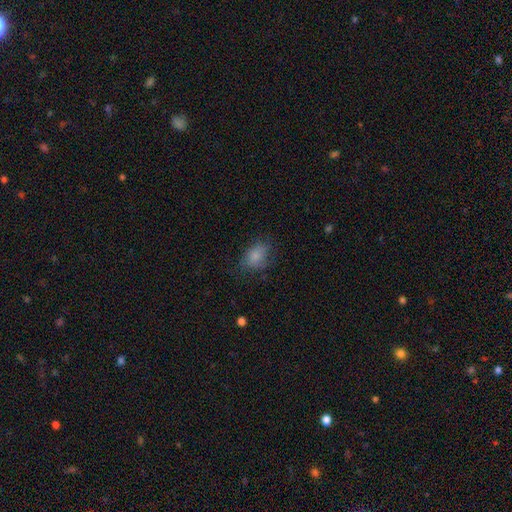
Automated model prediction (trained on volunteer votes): Q: Smooth or featured?
A: smooth (81%); runner-up: featured or disk (10%)
Q: How rounded?
A: in between (74%); runner-up: round (25%)
Q: Merging?
A: none (66%); runner-up: minor disturbance (23%)